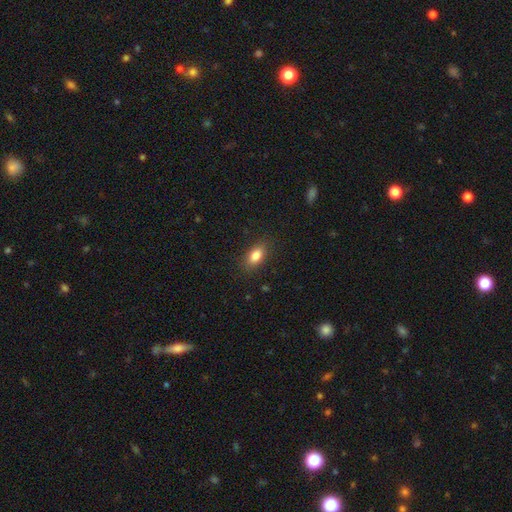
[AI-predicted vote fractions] Smooth or featured?
  - smooth: 84% *
  - star or artifact: 8%
  - featured or disk: 8%
How rounded?
  - in between: 86% *
  - round: 9%
  - cigar-shaped: 6%
Merging?
  - none: 86% *
  - minor disturbance: 10%
  - major disturbance: 3%
  - merger: 1%